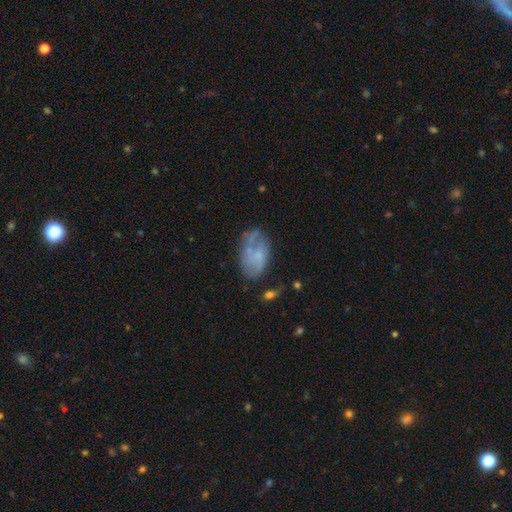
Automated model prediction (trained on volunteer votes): Morphology: type=featured or disk (48%); merging=none (47%).